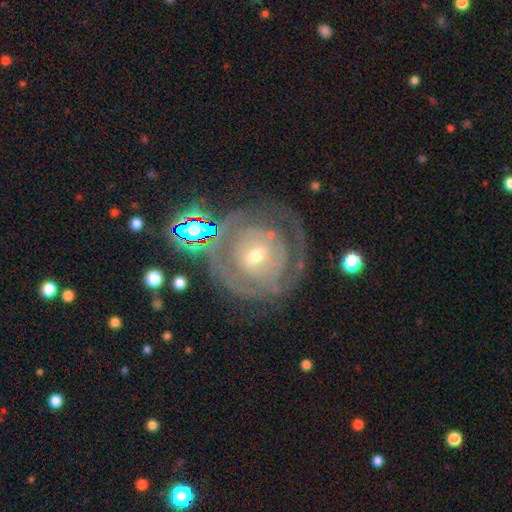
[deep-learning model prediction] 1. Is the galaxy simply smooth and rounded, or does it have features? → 77% featured or disk, 14% smooth, 8% star or artifact.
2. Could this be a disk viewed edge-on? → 96% no, 4% yes.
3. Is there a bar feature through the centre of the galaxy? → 44% no, 41% weak, 15% strong.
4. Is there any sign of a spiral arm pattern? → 83% yes, 17% no.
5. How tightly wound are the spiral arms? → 61% tight, 28% medium, 12% loose.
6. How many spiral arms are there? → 35% 2 (tied), 35% can't tell (tied), 10% 3, 9% 1, 6% 4, 5% more than 4.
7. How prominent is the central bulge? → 56% small, 38% moderate, 3% large, 1% none, 1% dominant.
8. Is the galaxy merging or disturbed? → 60% none, 18% major disturbance, 16% minor disturbance, 5% merger.